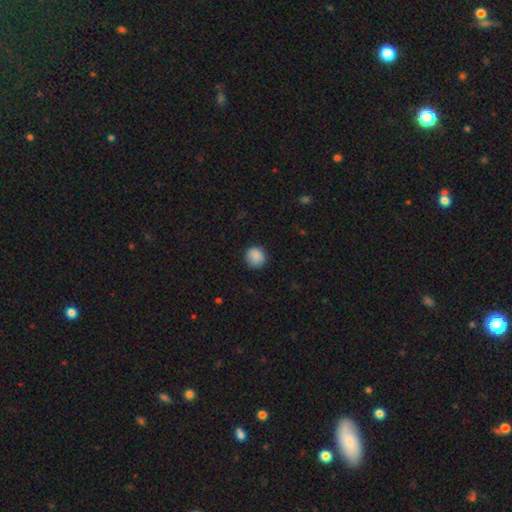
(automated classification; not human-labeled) smooth_or_featured: smooth (p=0.88) [alt: star or artifact p=0.08]
how_rounded: round (p=0.88) [alt: in between p=0.11]
merging: none (p=0.85) [alt: minor disturbance p=0.11]